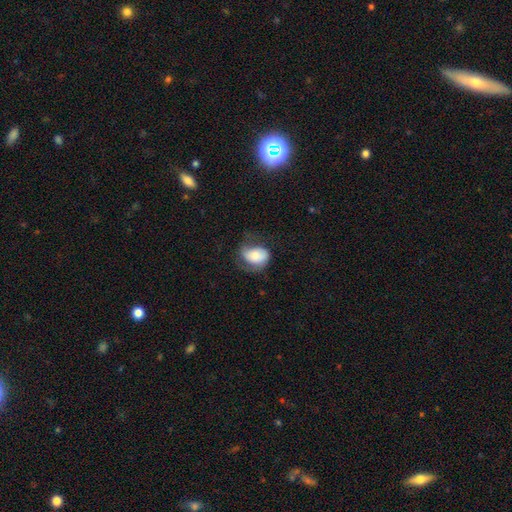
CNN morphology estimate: Overall: smooth (64%; featured or disk 28%). How rounded: in between (73%). Merging: none (42%; minor disturbance 30%).